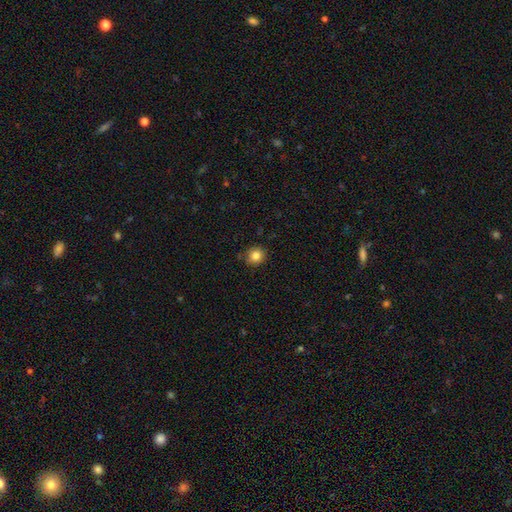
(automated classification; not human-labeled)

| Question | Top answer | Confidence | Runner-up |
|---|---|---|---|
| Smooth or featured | smooth | 84% | star or artifact (10%) |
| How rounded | round | 87% | in between (12%) |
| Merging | none | 88% | minor disturbance (9%) |